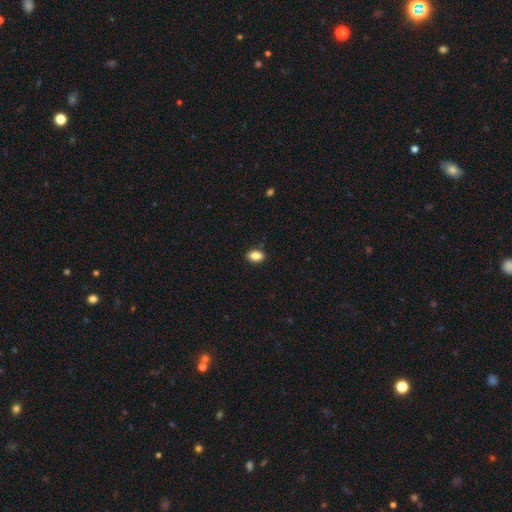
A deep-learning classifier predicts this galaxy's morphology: type=smooth (87%); roundness=in between (82%); merging=none (88%).